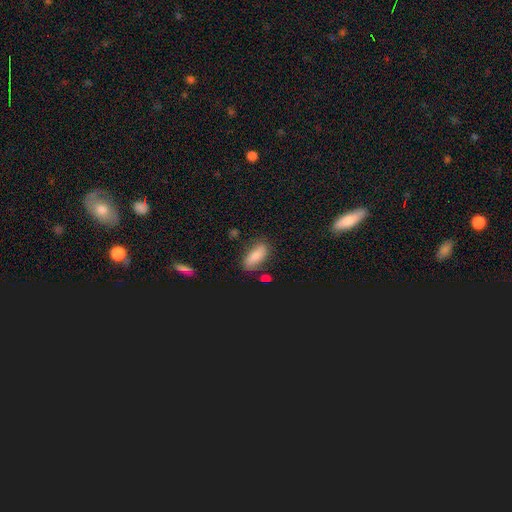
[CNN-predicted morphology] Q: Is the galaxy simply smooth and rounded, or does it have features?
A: smooth — 79%.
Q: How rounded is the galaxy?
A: in between — 83%.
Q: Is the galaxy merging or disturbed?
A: none — 76%.